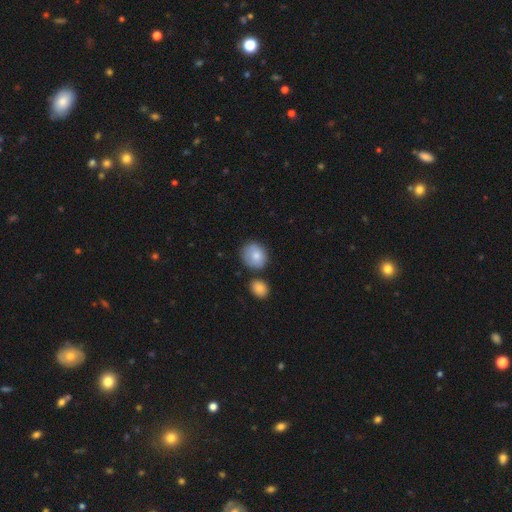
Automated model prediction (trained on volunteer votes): A smooth galaxy with no disk features (82%) that is round (77%). Merging: none (69%).